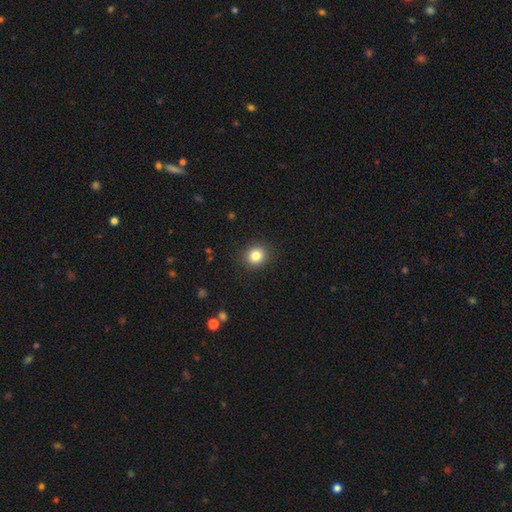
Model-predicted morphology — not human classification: Smooth or featured?
  - smooth: 84% *
  - star or artifact: 11%
  - featured or disk: 6%
How rounded?
  - round: 83% *
  - in between: 16%
  - cigar-shaped: 1%
Merging?
  - none: 90% *
  - minor disturbance: 7%
  - major disturbance: 2%
  - merger: 1%